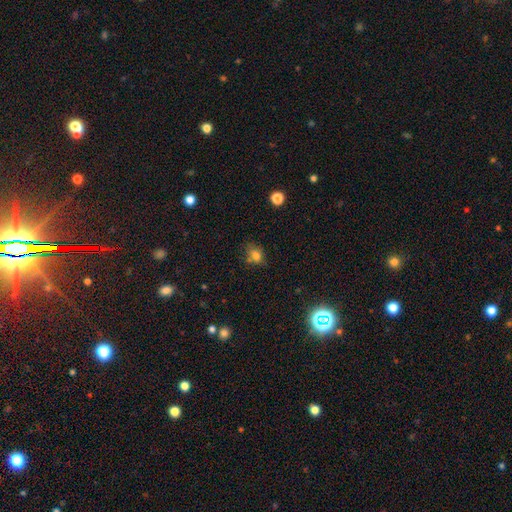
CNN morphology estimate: Smooth or featured? Predicted: smooth (p=0.74). How rounded? Predicted: in between (p=0.58). Merging? Predicted: none (p=0.59).